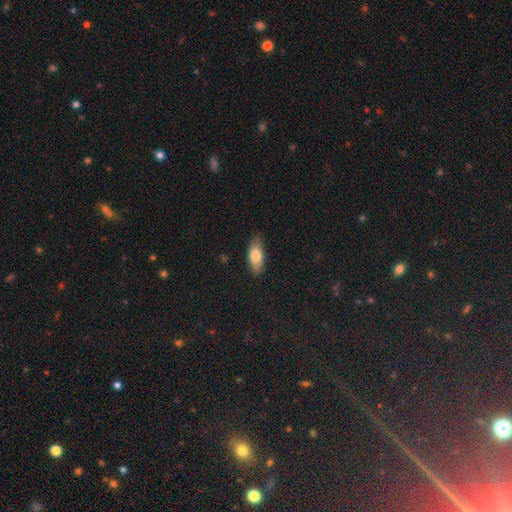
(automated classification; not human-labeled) Smooth or featured? smooth (77%)
How rounded? in between (83%)
Merging? none (83%)